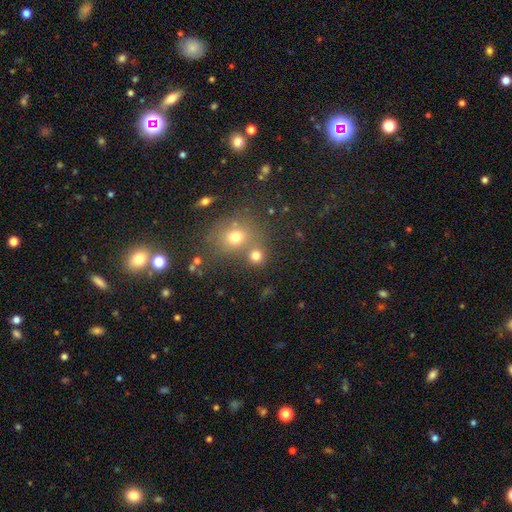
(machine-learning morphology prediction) The model was most divided on "merging": none: 59%, merger: 29%, minor disturbance: 8%, major disturbance: 4%. More confident: how rounded — round (83%); smooth or featured — smooth (75%).